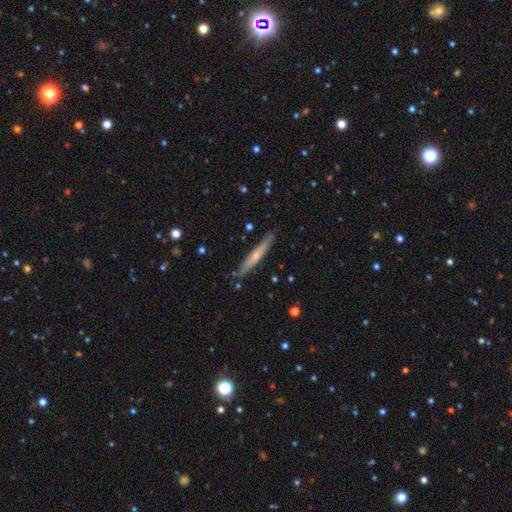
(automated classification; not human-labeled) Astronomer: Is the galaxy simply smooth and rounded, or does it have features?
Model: smooth — 51% (runner-up: featured or disk, 44%).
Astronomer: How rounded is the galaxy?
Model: cigar-shaped — 95%.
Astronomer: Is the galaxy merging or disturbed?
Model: none — 85%.